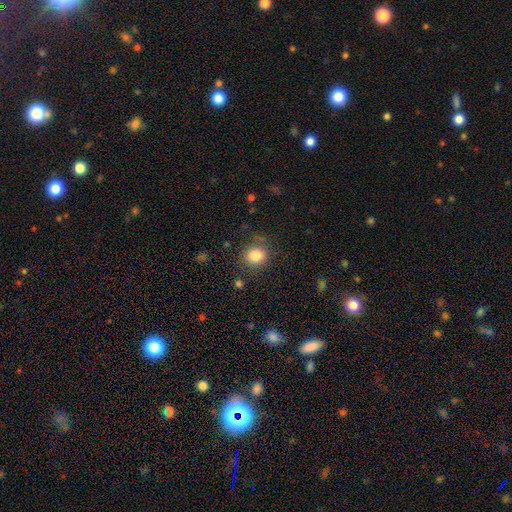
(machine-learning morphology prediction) This is clearly a smooth galaxy (83%). How rounded: likely round (75%). Merging: likely none (77%).